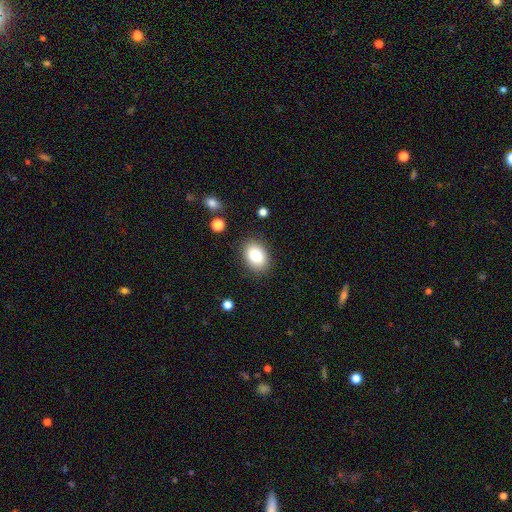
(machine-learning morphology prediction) A smooth galaxy with no disk features (83%) that is in between round and cigar-shaped (76%).

Vote fractions:
- Smooth or featured? smooth: 83% / featured or disk: 9% / star or artifact: 8%
- How rounded? in between: 76% / round: 23% / cigar-shaped: 1%
- Merging? none: 86% / minor disturbance: 10% / major disturbance: 3% / merger: 1%